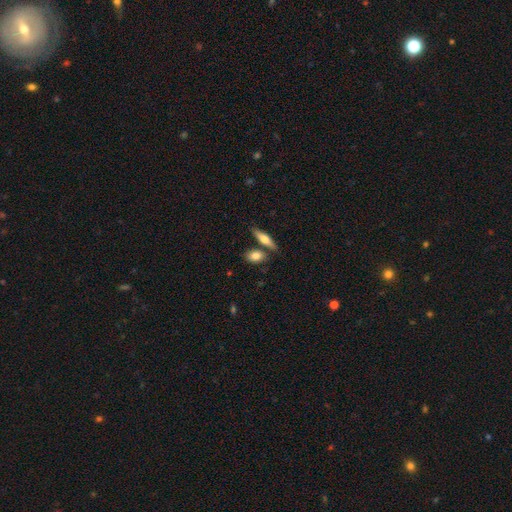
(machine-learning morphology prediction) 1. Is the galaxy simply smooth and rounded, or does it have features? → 75% smooth, 19% featured or disk, 6% star or artifact.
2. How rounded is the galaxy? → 74% in between, 16% cigar-shaped, 10% round.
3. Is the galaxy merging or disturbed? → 66% none, 20% merger, 12% minor disturbance, 3% major disturbance.